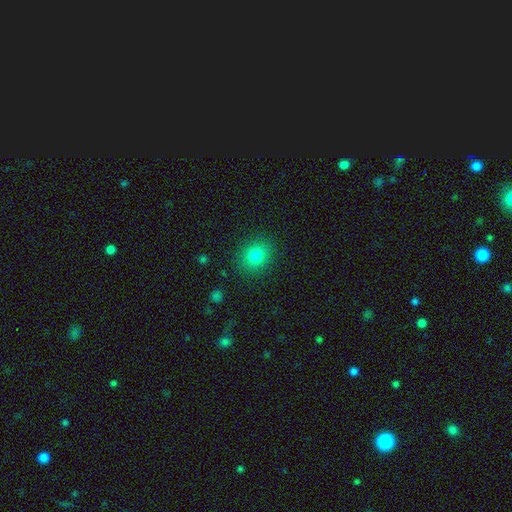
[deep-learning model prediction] Morphology: type=smooth (81%); roundness=round (70%); merging=none (87%).